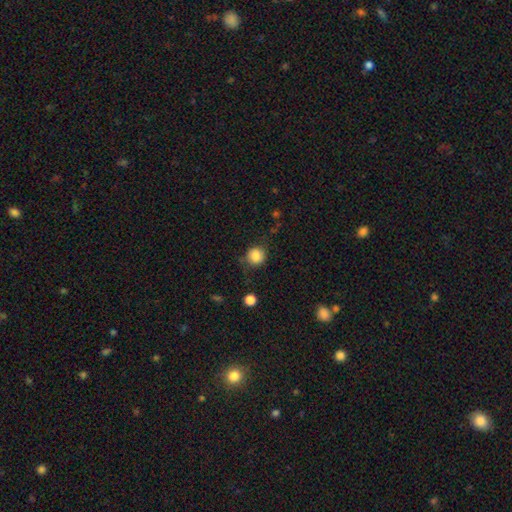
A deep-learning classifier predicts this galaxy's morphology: smooth-or-featured: smooth: 85% | star or artifact: 10% | featured or disk: 6%
  how-rounded: round: 86% | in between: 13% | cigar-shaped: 1%
  merging: none: 74% | minor disturbance: 18% | major disturbance: 6% | merger: 2%